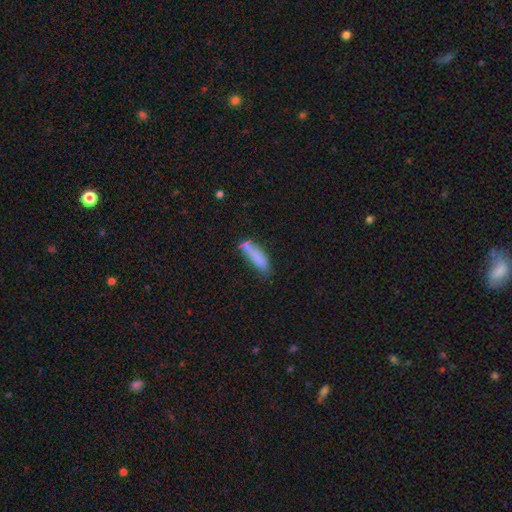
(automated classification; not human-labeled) Smooth or featured: smooth — 78% (featured or disk — 14%)
How rounded: cigar-shaped — 66% (in between — 32%)
Merging: none — 53% (minor disturbance — 25%)